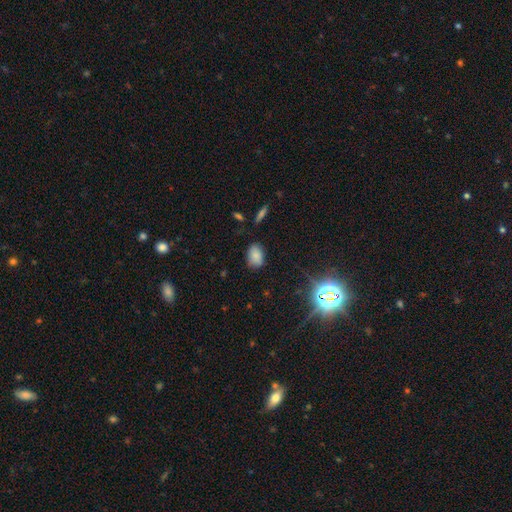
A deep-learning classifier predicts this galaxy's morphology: This is likely a smooth galaxy (80%). How rounded: clearly in between (86%). Merging: likely none (77%).